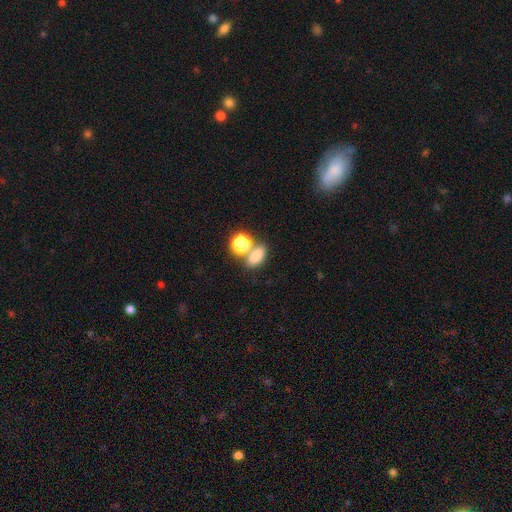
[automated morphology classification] smooth-or-featured: smooth: 80% | star or artifact: 13% | featured or disk: 8%
  how-rounded: in between: 74% | round: 22% | cigar-shaped: 3%
  merging: none: 52% | merger: 32% | minor disturbance: 11% | major disturbance: 5%